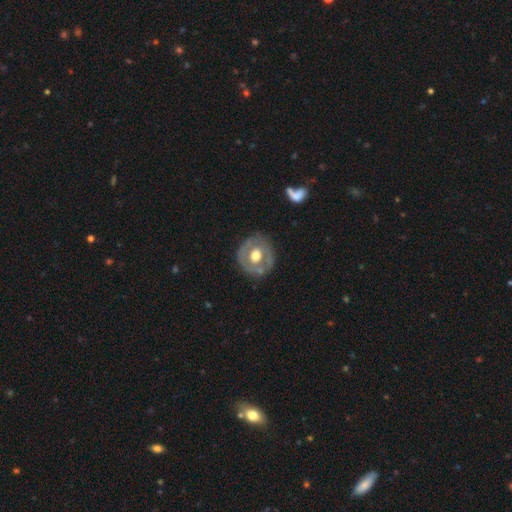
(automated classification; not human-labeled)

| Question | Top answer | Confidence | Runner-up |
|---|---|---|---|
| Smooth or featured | featured or disk | 58% | smooth (37%) |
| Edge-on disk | no | 96% | yes (4%) |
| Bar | no | 77% | weak (17%) |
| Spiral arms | no | 76% | yes (24%) |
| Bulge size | moderate | 65% | large (28%) |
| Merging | none | 77% | minor disturbance (15%) |